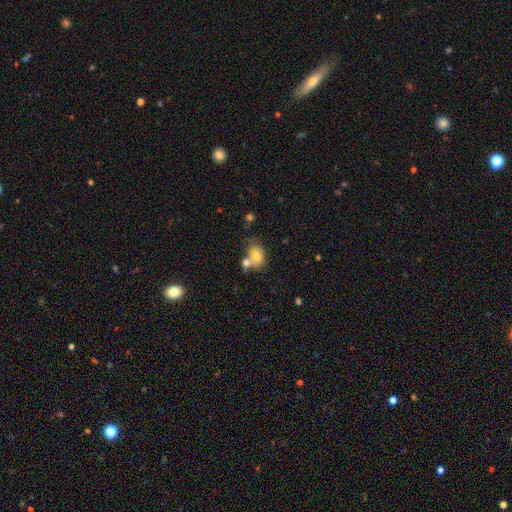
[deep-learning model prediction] Smooth or featured? smooth (69%)
How rounded? in between (69%)
Merging? none (38%)